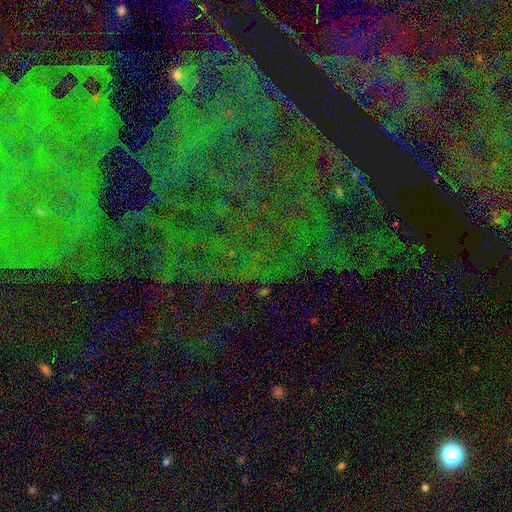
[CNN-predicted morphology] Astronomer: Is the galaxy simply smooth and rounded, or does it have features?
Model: star or artifact — 76%.